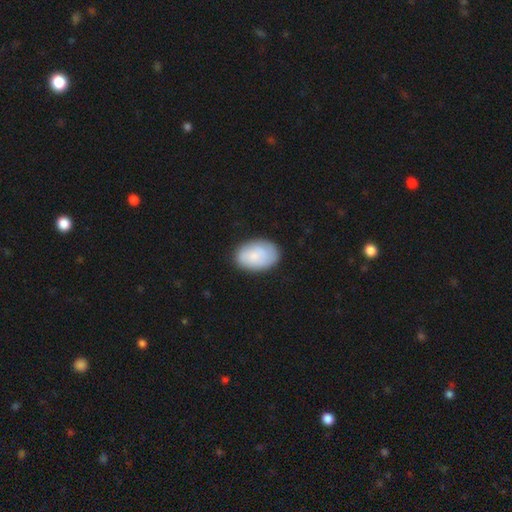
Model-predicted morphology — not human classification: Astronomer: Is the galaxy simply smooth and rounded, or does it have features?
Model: smooth — 73%.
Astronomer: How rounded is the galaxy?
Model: in between — 83%.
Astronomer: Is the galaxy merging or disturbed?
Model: none — 80%.